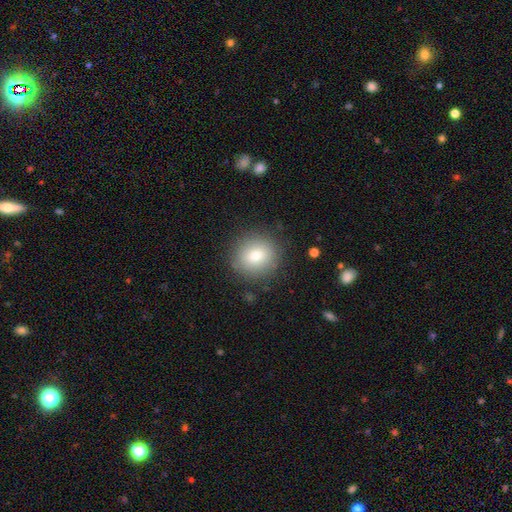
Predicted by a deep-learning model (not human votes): This is likely a smooth galaxy (79%). How rounded: clearly round (88%). Merging: clearly none (86%).